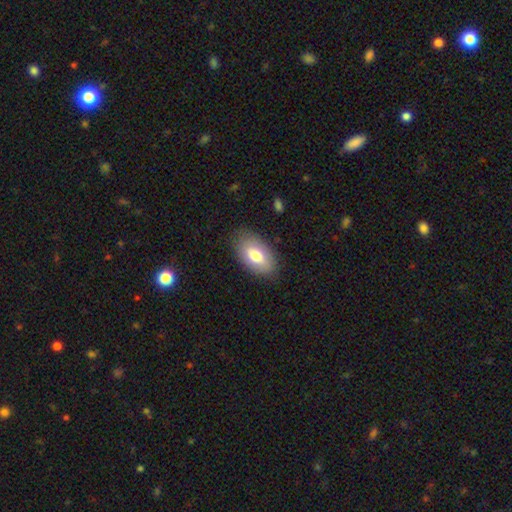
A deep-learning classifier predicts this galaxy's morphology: Overall: smooth (74%). How rounded: in between (93%). Merging: none (83%).